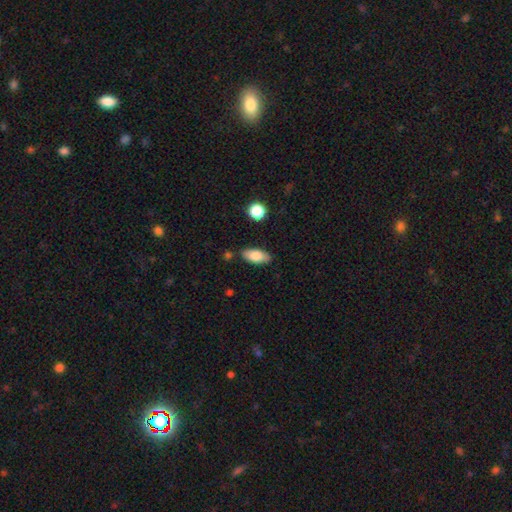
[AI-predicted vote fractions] Smooth or featured: smooth — 81% (featured or disk — 12%)
How rounded: in between — 87% (cigar-shaped — 10%)
Merging: none — 82% (minor disturbance — 12%)